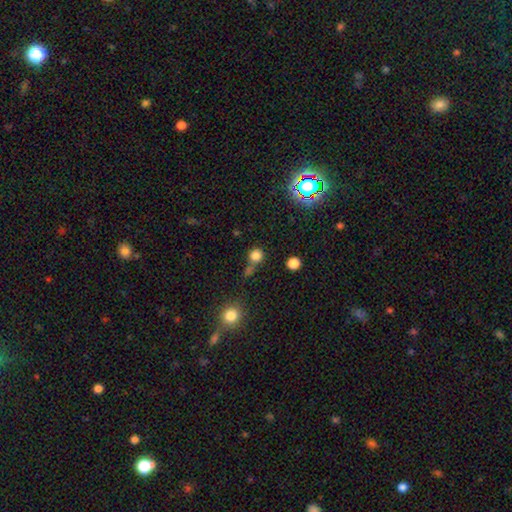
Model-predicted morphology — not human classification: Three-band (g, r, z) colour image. It shows a smooth galaxy with no disk features (77%) that is round (89%). Merging: none (58%).